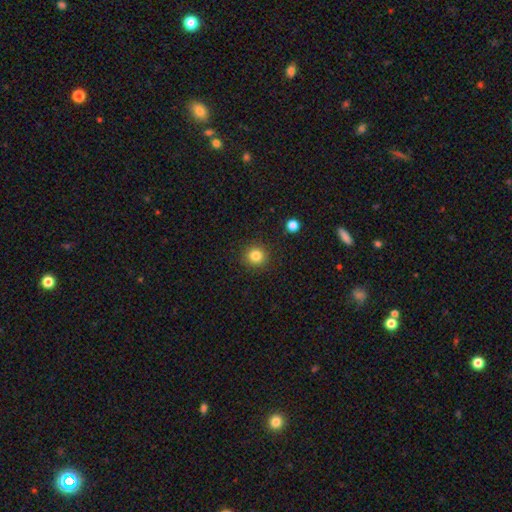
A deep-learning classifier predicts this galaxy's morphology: Smooth or featured? Predicted: smooth (p=0.83). How rounded? Predicted: round (p=0.93). Merging? Predicted: none (p=0.91).